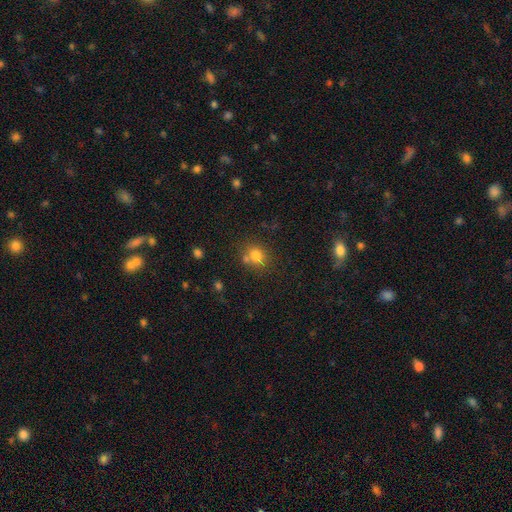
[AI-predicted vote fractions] A smooth galaxy with no disk features (78%) that is round (68%).

Vote fractions:
- Smooth or featured? smooth: 78% / star or artifact: 13% / featured or disk: 9%
- How rounded? round: 68% / in between: 31% / cigar-shaped: 1%
- Merging? none: 60% / merger: 23% / minor disturbance: 13% / major disturbance: 4%